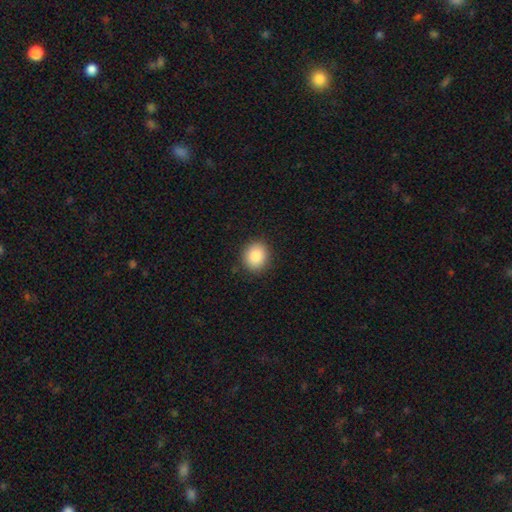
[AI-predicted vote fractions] A smooth galaxy with no disk features (87%) that is round (76%).

Vote fractions:
- Smooth or featured? smooth: 87% / star or artifact: 8% / featured or disk: 5%
- How rounded? round: 76% / in between: 24% / cigar-shaped: 1%
- Merging? none: 89% / minor disturbance: 8% / major disturbance: 2% / merger: 1%